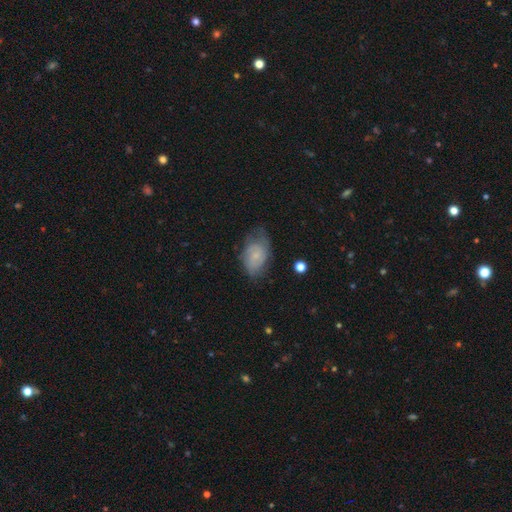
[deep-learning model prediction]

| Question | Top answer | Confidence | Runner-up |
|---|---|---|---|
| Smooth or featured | smooth | 51% | featured or disk (41%) |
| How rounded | in between | 88% | round (11%) |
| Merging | none | 53% | minor disturbance (31%) |